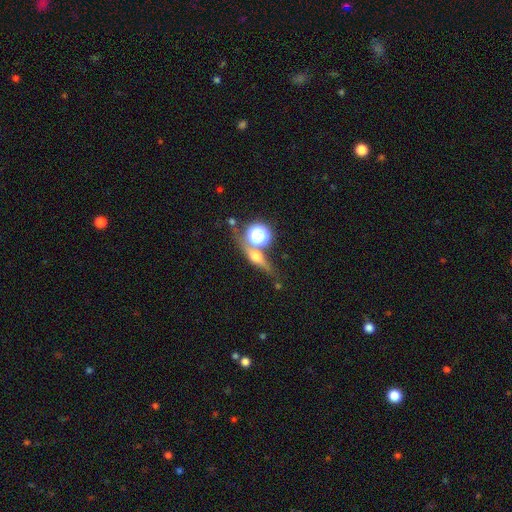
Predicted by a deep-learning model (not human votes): Smooth or featured? featured or disk (44%)
Merging? none (64%)